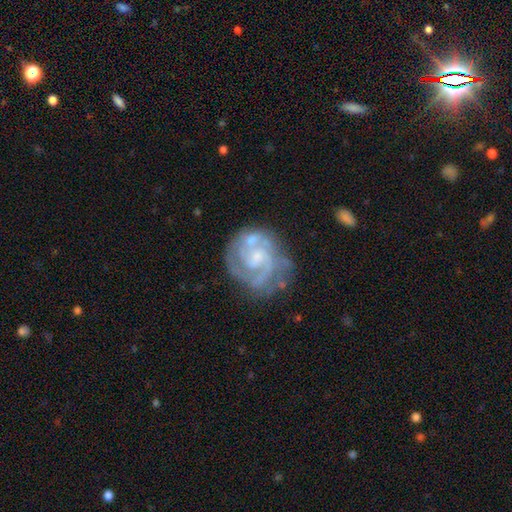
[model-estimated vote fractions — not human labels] Q: Smooth or featured?
A: featured or disk (85%); runner-up: smooth (10%)
Q: Edge-on disk?
A: no (98%); runner-up: yes (2%)
Q: Bar?
A: no (54%); runner-up: weak (38%)
Q: Spiral arms?
A: yes (94%); runner-up: no (6%)
Q: Spiral winding?
A: tight (54%); runner-up: medium (37%)
Q: Spiral arm count?
A: 2 (50%); runner-up: can't tell (19%)
Q: Bulge size?
A: small (52%); runner-up: moderate (28%)
Q: Merging?
A: none (61%); runner-up: minor disturbance (21%)